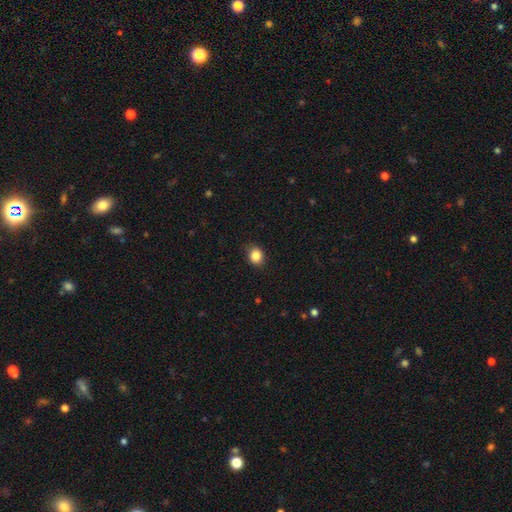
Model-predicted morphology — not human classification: A smooth galaxy with no disk features (85%) that is round (63%).

Vote fractions:
- Smooth or featured? smooth: 85% / star or artifact: 10% / featured or disk: 5%
- How rounded? round: 63% / in between: 36% / cigar-shaped: 1%
- Merging? none: 86% / minor disturbance: 11% / major disturbance: 2% / merger: 1%